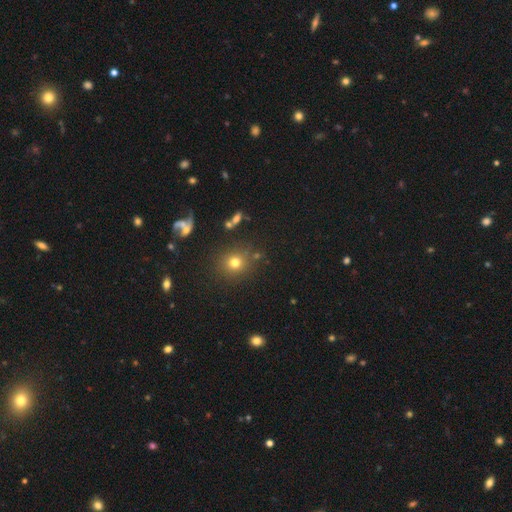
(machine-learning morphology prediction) smooth_or_featured: smooth (p=0.56) [alt: star or artifact p=0.34]
how_rounded: round (p=0.87) [alt: in between p=0.12]
merging: none (p=0.83) [alt: minor disturbance p=0.08]